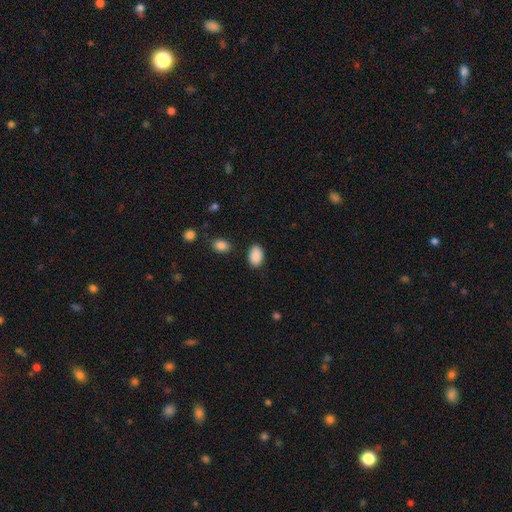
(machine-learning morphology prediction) smooth 90%, star or artifact 7%, featured or disk 3%. Down the decision tree: how rounded — in between (88%); merging — none (85%).